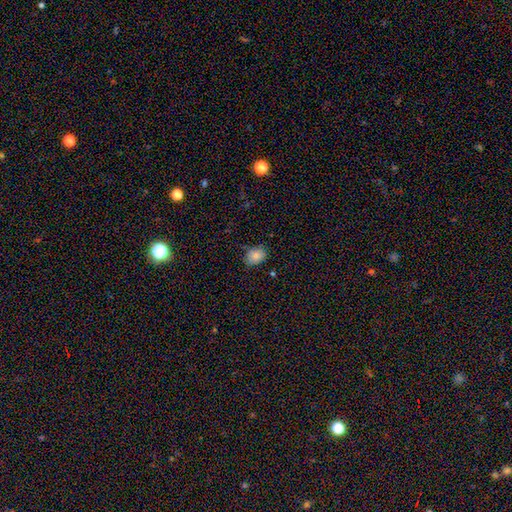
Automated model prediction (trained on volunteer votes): smooth-or-featured: smooth: 85% | star or artifact: 9% | featured or disk: 6%
  how-rounded: in between: 67% | round: 32% | cigar-shaped: 1%
  merging: none: 77% | minor disturbance: 18% | major disturbance: 3% | merger: 2%